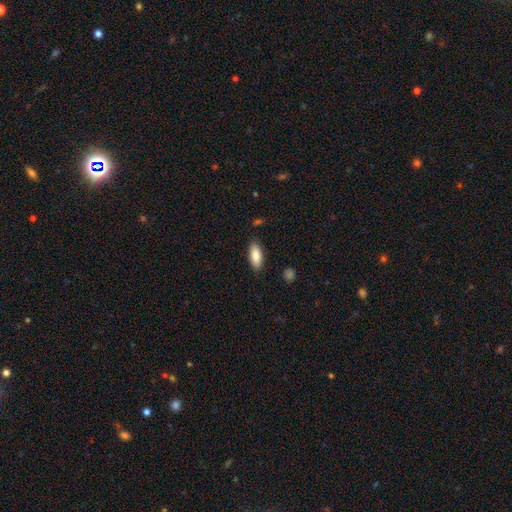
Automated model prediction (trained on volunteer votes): smooth-or-featured: smooth: 85% | featured or disk: 9% | star or artifact: 6%
  how-rounded: in between: 82% | cigar-shaped: 16% | round: 2%
  merging: none: 85% | minor disturbance: 11% | major disturbance: 2% | merger: 2%